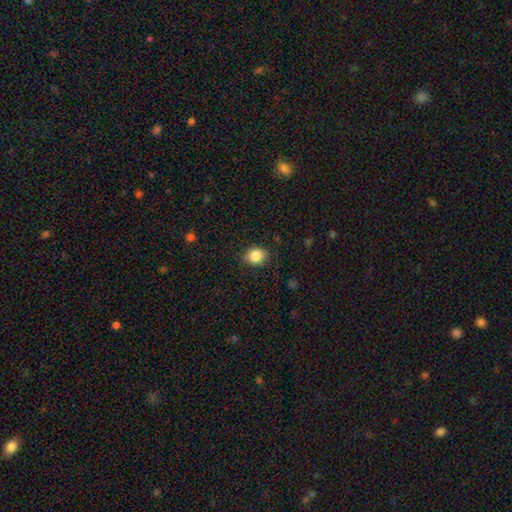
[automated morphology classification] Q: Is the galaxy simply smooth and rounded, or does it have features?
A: smooth — 86%.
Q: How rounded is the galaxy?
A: round — 70%.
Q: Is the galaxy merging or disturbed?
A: none — 86%.